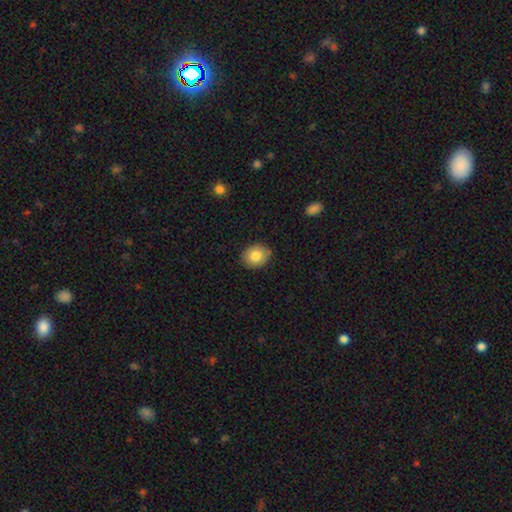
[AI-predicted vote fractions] A smooth galaxy with no disk features (81%) that is round (58%).

Vote fractions:
- Smooth or featured? smooth: 81% / featured or disk: 11% / star or artifact: 8%
- How rounded? round: 58% / in between: 41% / cigar-shaped: 1%
- Merging? none: 85% / minor disturbance: 12% / major disturbance: 2% / merger: 1%